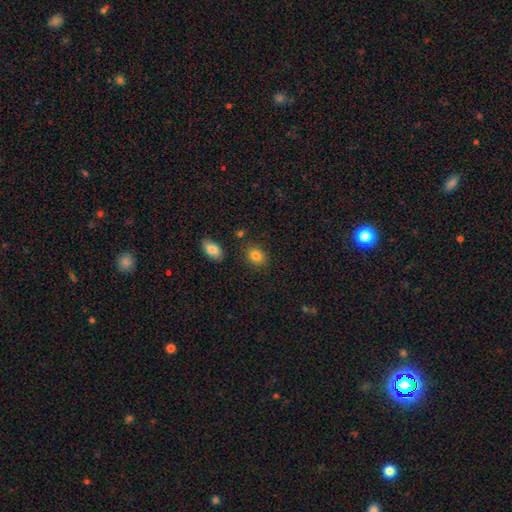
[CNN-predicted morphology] smooth-or-featured: smooth: 84% | star or artifact: 9% | featured or disk: 7%
  how-rounded: in between: 63% | round: 36% | cigar-shaped: 1%
  merging: none: 83% | minor disturbance: 10% | merger: 4% | major disturbance: 3%